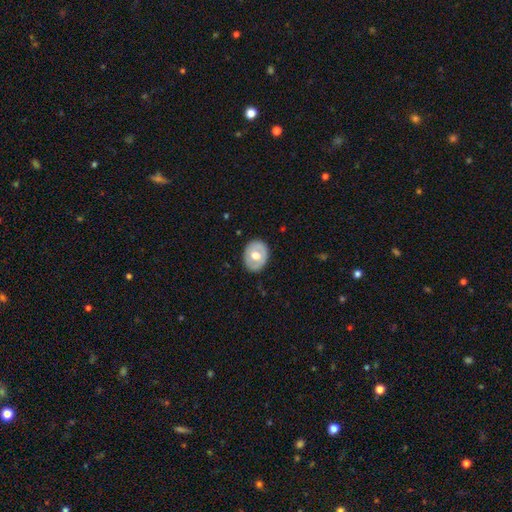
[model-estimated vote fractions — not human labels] A smooth galaxy with no disk features (53%) that is in between round and cigar-shaped (54%).

Vote fractions:
- Smooth or featured? smooth: 53% / featured or disk: 42% / star or artifact: 6%
- How rounded? in between: 54% / round: 45% / cigar-shaped: 1%
- Merging? none: 84% / minor disturbance: 12% / major disturbance: 3% / merger: 1%